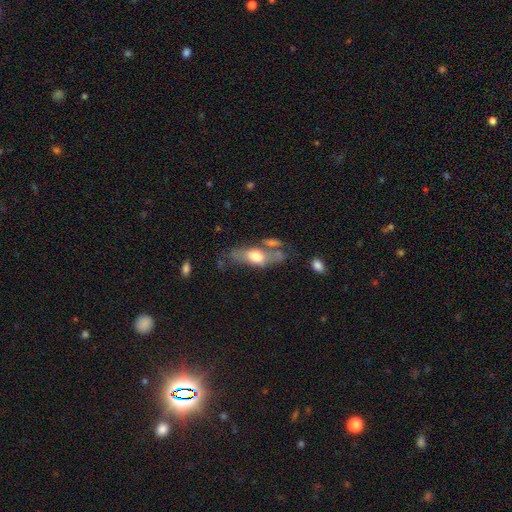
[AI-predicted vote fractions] smooth-or-featured: smooth: 54% | featured or disk: 39% | star or artifact: 7%
  how-rounded: in between: 73% | cigar-shaped: 22% | round: 4%
  merging: none: 41% | merger: 22% | minor disturbance: 21% | major disturbance: 16%